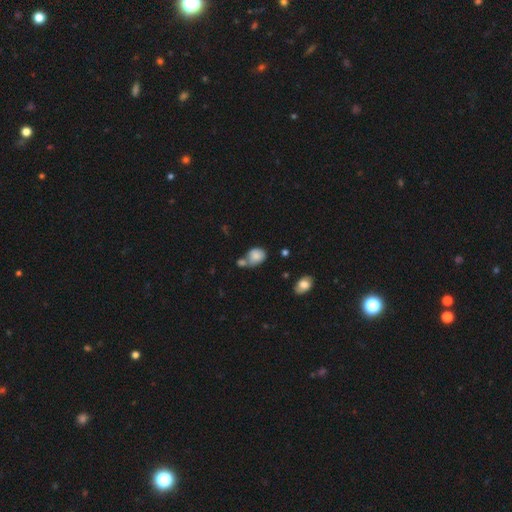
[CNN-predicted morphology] This appears to be a smooth galaxy with no disk features (81%) that is in between round and cigar-shaped (54%). Merging: merger (39%).